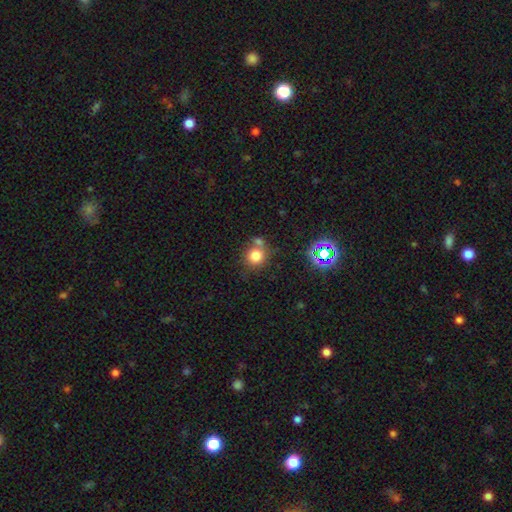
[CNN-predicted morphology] Overall: smooth (78%). How rounded: round (88%). Merging: none (60%; merger 24%).